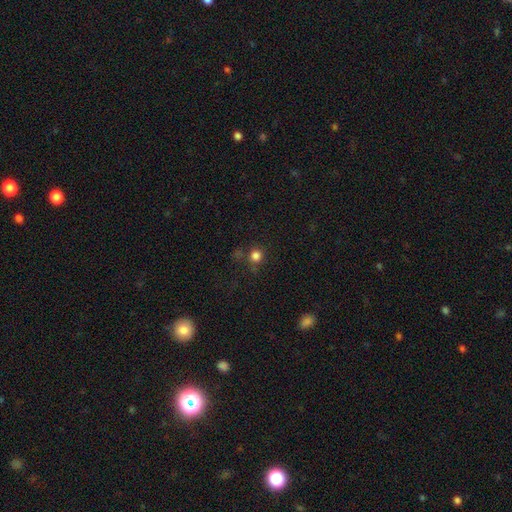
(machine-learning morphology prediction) smooth_or_featured: smooth (p=0.79) [alt: star or artifact p=0.16]
how_rounded: round (p=0.92) [alt: in between p=0.07]
merging: none (p=0.77) [alt: minor disturbance p=0.10]